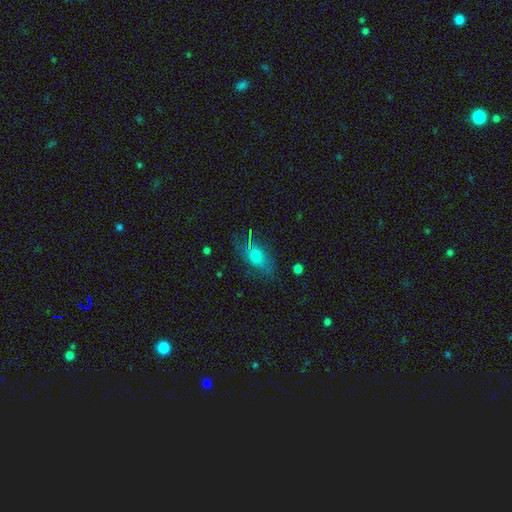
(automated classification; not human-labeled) smooth_or_featured: smooth (p=0.51) [alt: featured or disk p=0.33]
how_rounded: in between (p=0.78) [alt: cigar-shaped p=0.11]
merging: none (p=0.55) [alt: minor disturbance p=0.23]